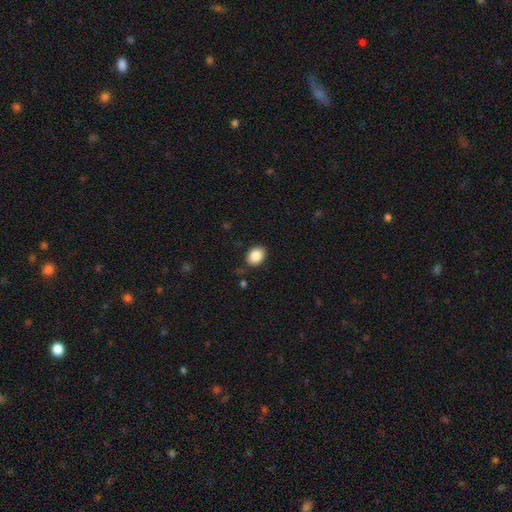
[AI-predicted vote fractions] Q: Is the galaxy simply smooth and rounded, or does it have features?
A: smooth — 87%.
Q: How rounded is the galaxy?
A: in between — 68%.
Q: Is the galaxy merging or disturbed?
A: none — 84%.